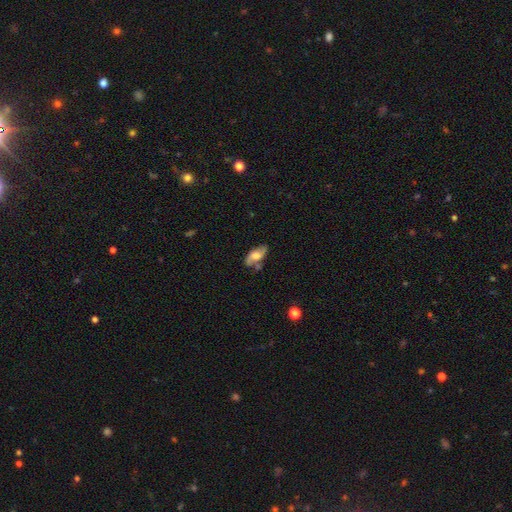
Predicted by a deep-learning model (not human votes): Q: Smooth or featured?
A: featured or disk (48%); runner-up: smooth (44%)
Q: Merging?
A: none (58%); runner-up: minor disturbance (24%)